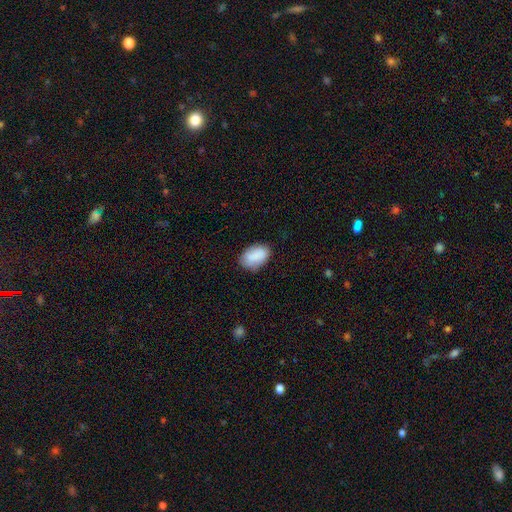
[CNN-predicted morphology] This appears to be a smooth galaxy with no disk features (85%) that is in between round and cigar-shaped (90%). Merging: none (70%).